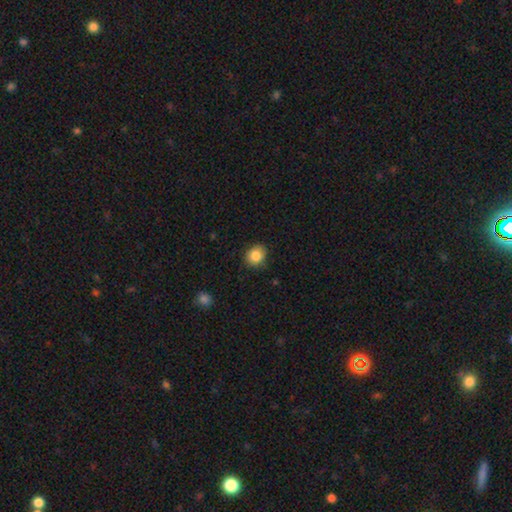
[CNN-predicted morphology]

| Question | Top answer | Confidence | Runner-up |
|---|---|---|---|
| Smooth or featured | smooth | 85% | star or artifact (9%) |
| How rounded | round | 70% | in between (29%) |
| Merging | none | 86% | minor disturbance (11%) |